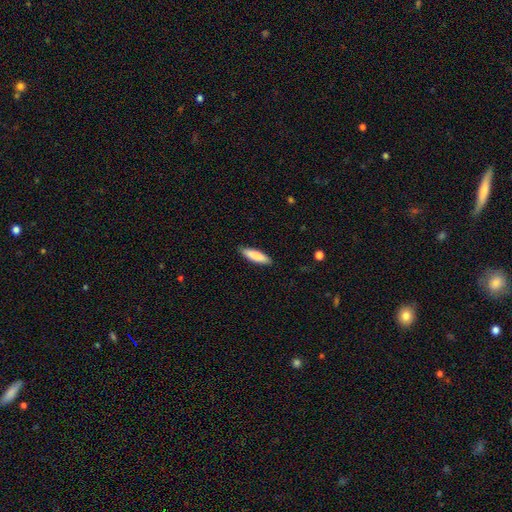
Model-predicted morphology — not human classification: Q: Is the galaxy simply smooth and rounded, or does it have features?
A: smooth — 85%.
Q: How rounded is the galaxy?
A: cigar-shaped — 61%.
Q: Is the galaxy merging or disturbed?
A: none — 89%.